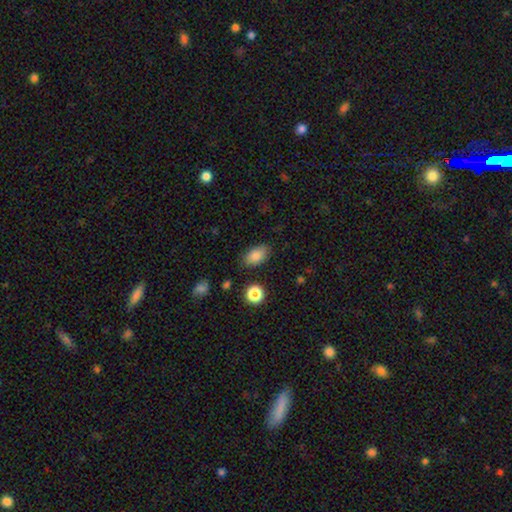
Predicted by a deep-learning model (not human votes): smooth-or-featured: smooth: 83% | star or artifact: 10% | featured or disk: 7%
  how-rounded: in between: 90% | round: 8% | cigar-shaped: 2%
  merging: none: 83% | minor disturbance: 12% | major disturbance: 3% | merger: 2%